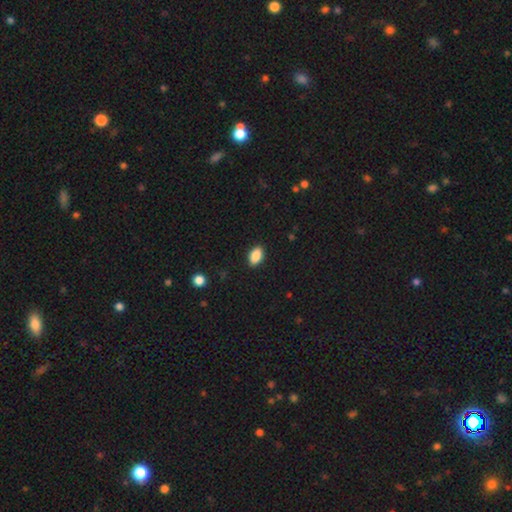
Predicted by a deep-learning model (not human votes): A smooth galaxy with no disk features (88%) that is in between round and cigar-shaped (92%). Merging: none (90%).